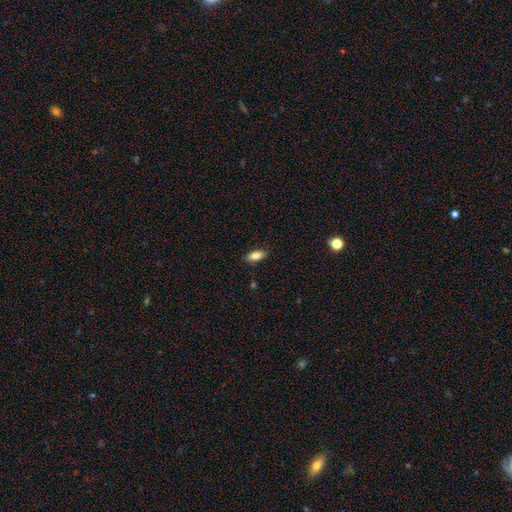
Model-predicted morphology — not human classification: smooth 82%, featured or disk 10%, star or artifact 8%. Down the decision tree: how rounded — in between (84%); merging — none (85%).